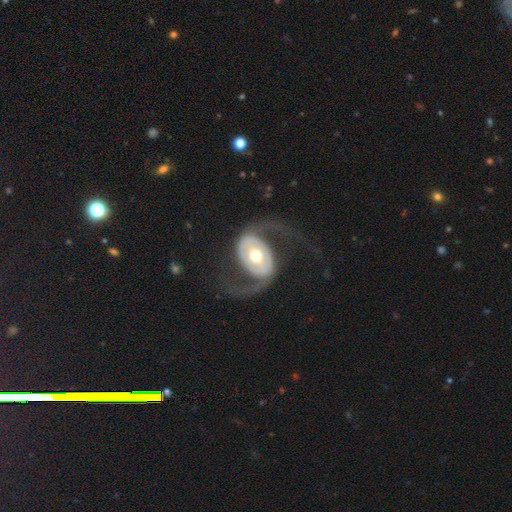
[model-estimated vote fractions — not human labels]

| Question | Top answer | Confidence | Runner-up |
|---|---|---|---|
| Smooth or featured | featured or disk | 88% | smooth (8%) |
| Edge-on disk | no | 97% | yes (3%) |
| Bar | no | 46% | weak (28%) |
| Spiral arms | yes | 92% | no (8%) |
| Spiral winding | loose | 62% | medium (30%) |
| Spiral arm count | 2 | 93% | 1 (2%) |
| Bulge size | moderate | 70% | small (19%) |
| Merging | none | 65% | major disturbance (21%) |